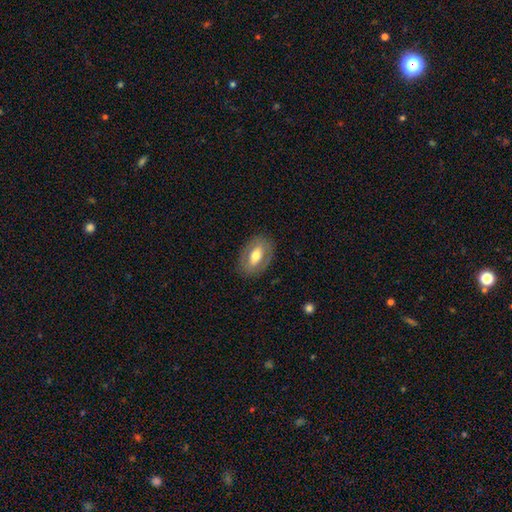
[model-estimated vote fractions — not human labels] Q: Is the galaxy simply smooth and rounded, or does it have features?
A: smooth — 49%.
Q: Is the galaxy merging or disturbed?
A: none — 83%.